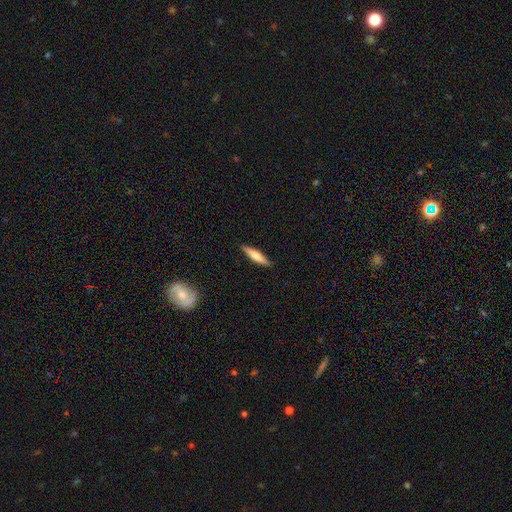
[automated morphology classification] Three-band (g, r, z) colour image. It shows a smooth galaxy with no disk features (64%) that is cigar-shaped (83%). Merging: none (90%).